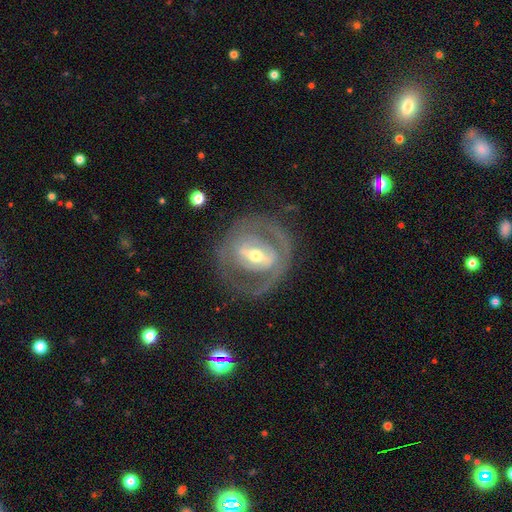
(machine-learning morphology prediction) Smooth or featured?
  - featured or disk: 79% *
  - smooth: 16%
  - star or artifact: 5%
Edge-on disk?
  - no: 93% *
  - yes: 7%
Bar?
  - strong: 49% *
  - weak: 33%
  - no: 18%
Spiral arms?
  - yes: 52% *
  - no: 48%
Bulge size?
  - moderate: 61% *
  - small: 32%
  - large: 5%
  - dominant: 1%
  - none: 1%
Merging?
  - none: 70% *
  - minor disturbance: 15%
  - major disturbance: 13%
  - merger: 2%